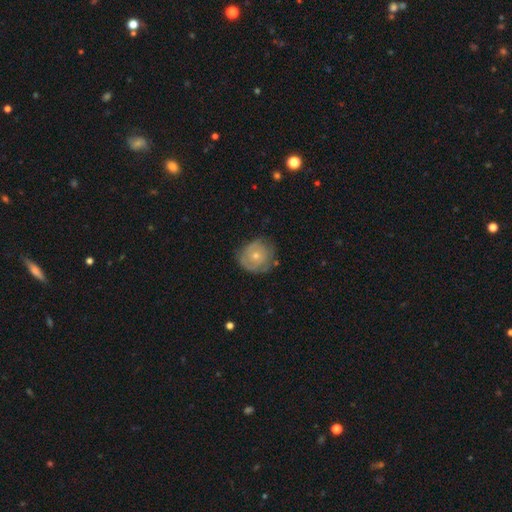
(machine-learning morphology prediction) Smooth or featured?
  - featured or disk: 52% *
  - smooth: 41%
  - star or artifact: 7%
Edge-on disk?
  - no: 97% *
  - yes: 3%
Bar?
  - no: 86% *
  - weak: 12%
  - strong: 2%
Spiral arms?
  - yes: 57% *
  - no: 43%
Bulge size?
  - small: 53% *
  - moderate: 44%
  - large: 1%
  - none: 1%
  - dominant: 1%
Merging?
  - none: 62% *
  - minor disturbance: 27%
  - major disturbance: 9%
  - merger: 2%